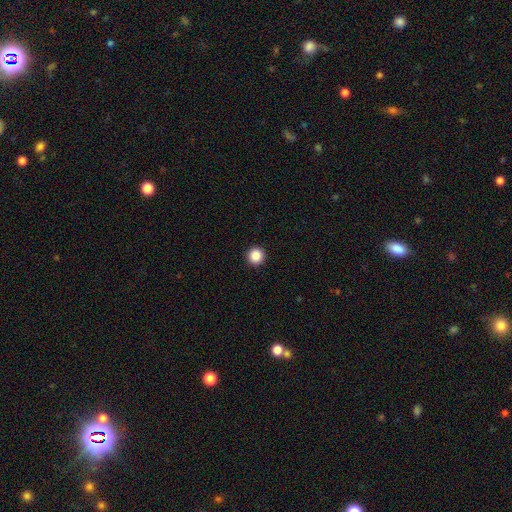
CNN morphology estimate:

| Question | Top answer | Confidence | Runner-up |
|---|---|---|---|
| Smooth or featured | smooth | 87% | star or artifact (10%) |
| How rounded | round | 96% | in between (3%) |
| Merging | none | 94% | minor disturbance (4%) |